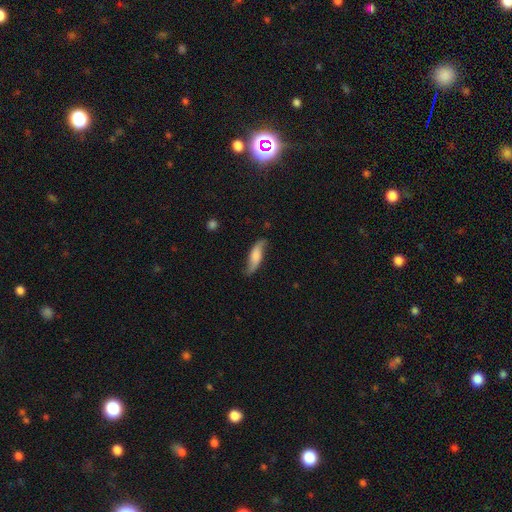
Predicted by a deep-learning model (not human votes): A featured or disk galaxy (47%). Merging: none (72%).